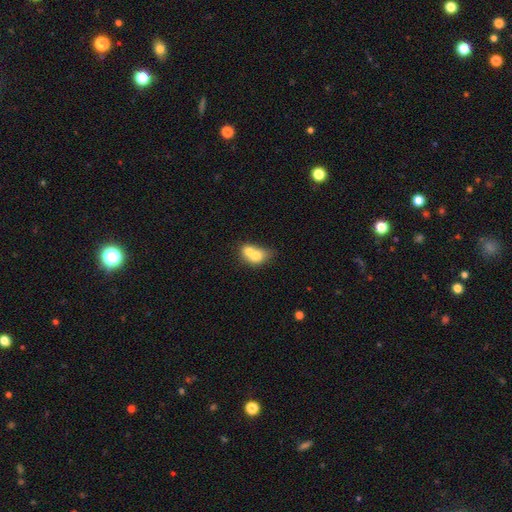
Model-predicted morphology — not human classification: Smooth or featured?
  - smooth: 66% *
  - featured or disk: 25%
  - star or artifact: 9%
How rounded?
  - in between: 55% *
  - round: 44%
  - cigar-shaped: 1%
Merging?
  - merger: 73% *
  - none: 17%
  - minor disturbance: 6%
  - major disturbance: 3%